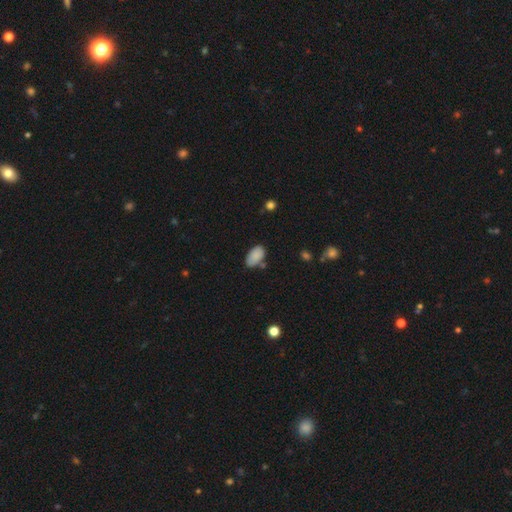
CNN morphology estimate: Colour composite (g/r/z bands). It shows a smooth galaxy with no disk features (87%) that is in between round and cigar-shaped (94%). Merging: none (68%).